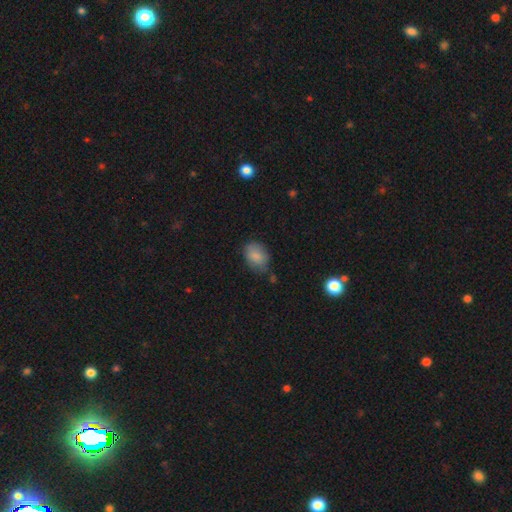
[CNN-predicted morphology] Smooth or featured? smooth (84%)
How rounded? in between (78%)
Merging? none (64%)